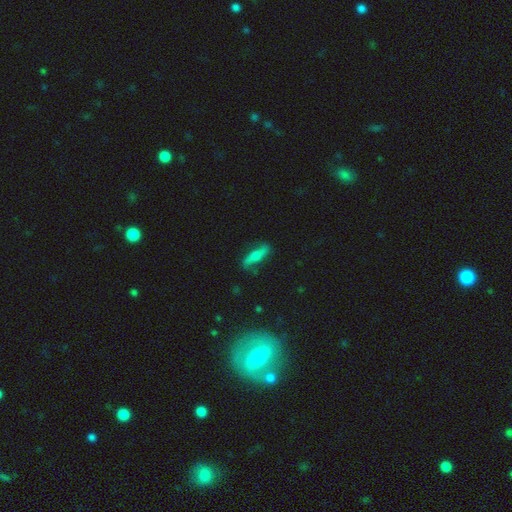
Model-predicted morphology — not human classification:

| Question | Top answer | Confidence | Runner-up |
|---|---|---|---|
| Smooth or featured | featured or disk | 49% | smooth (43%) |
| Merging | none | 75% | minor disturbance (18%) |